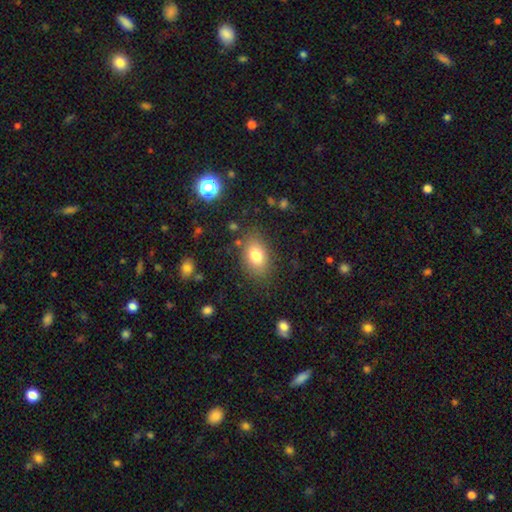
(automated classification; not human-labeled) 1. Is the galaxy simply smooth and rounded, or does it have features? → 79% smooth, 12% featured or disk, 10% star or artifact.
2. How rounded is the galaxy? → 83% in between, 16% round, 2% cigar-shaped.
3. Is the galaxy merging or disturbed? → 81% none, 13% minor disturbance, 4% major disturbance, 2% merger.